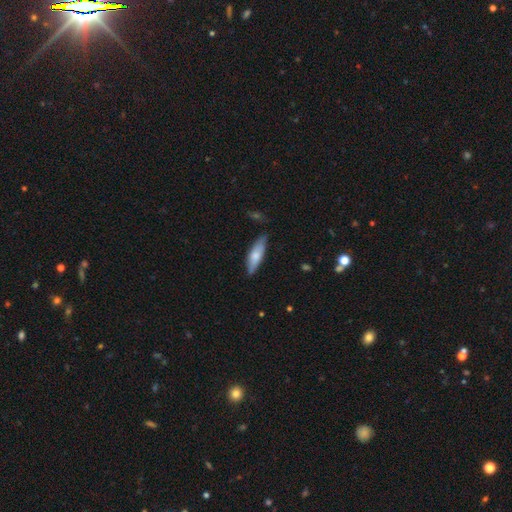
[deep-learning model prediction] This is likely a smooth galaxy (65%). How rounded: possibly cigar-shaped (56%). Merging: likely none (80%).